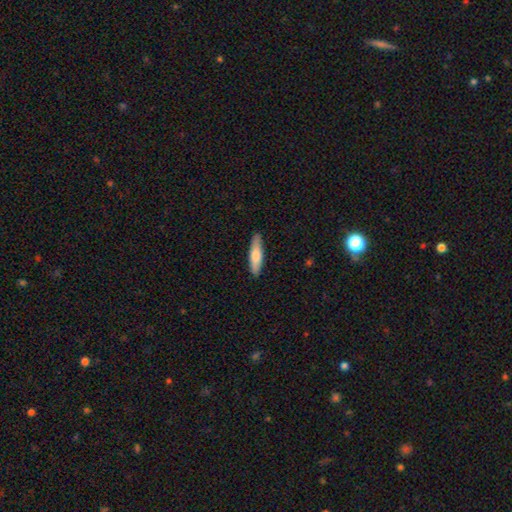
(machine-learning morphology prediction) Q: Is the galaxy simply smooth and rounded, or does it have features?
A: smooth — 73%.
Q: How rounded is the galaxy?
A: cigar-shaped — 75%.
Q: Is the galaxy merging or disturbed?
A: none — 88%.